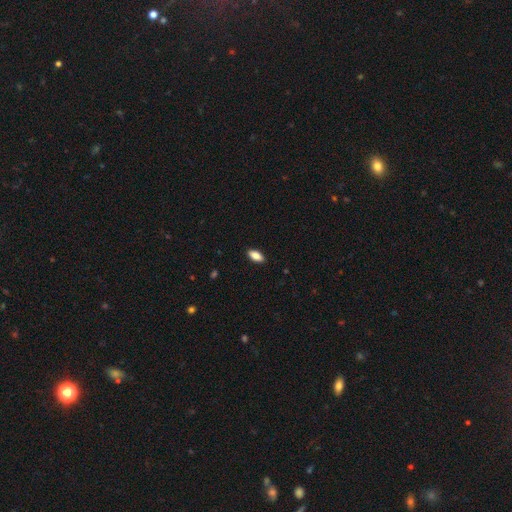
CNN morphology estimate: smooth 86%, featured or disk 7%, star or artifact 7%. Down the decision tree: how rounded — in between (87%); merging — none (89%).